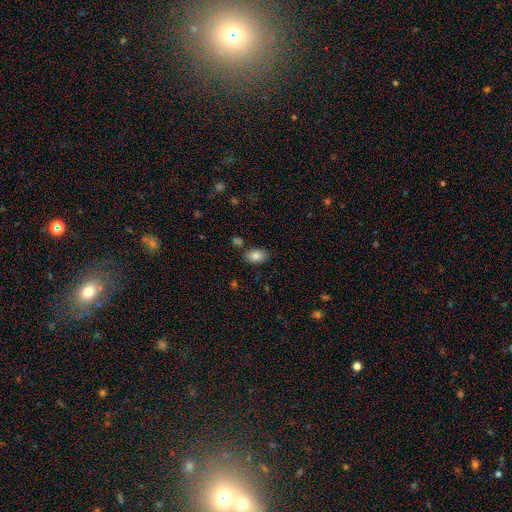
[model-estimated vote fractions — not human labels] A smooth galaxy with no disk features (84%) that is in between round and cigar-shaped (87%).

Vote fractions:
- Smooth or featured? smooth: 84% / featured or disk: 8% / star or artifact: 8%
- How rounded? in between: 87% / round: 11% / cigar-shaped: 1%
- Merging? none: 80% / minor disturbance: 13% / merger: 4% / major disturbance: 3%